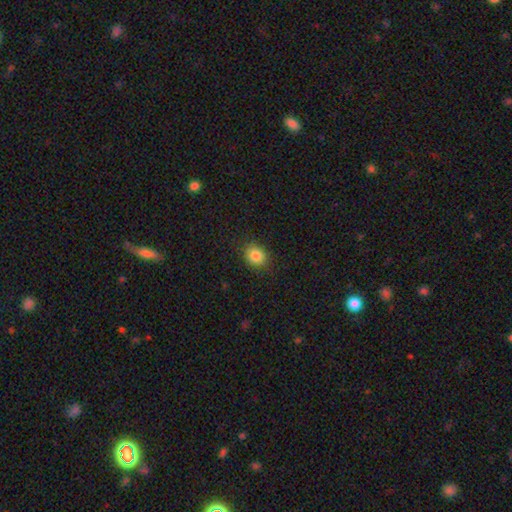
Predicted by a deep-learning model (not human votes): Overall: smooth (84%). How rounded: round (59%; in between 40%). Merging: none (88%).